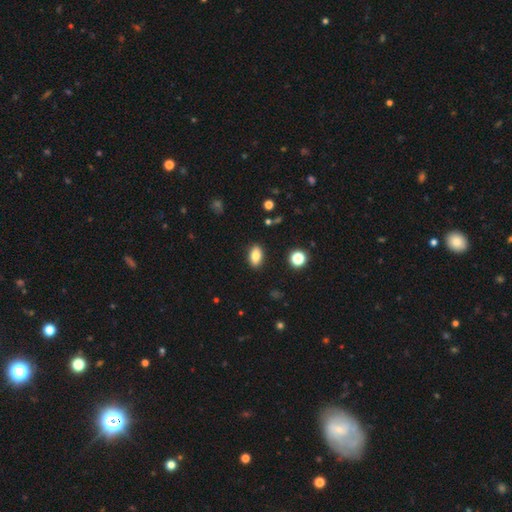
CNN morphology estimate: Smooth or featured?
  - smooth: 80% *
  - featured or disk: 11%
  - star or artifact: 9%
How rounded?
  - in between: 88% *
  - round: 7%
  - cigar-shaped: 5%
Merging?
  - none: 88% *
  - minor disturbance: 8%
  - major disturbance: 2%
  - merger: 1%